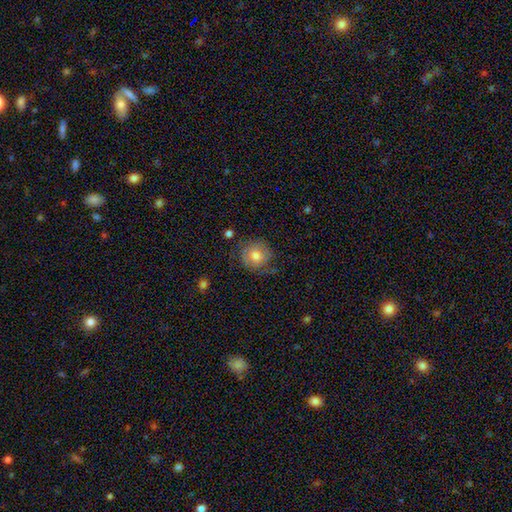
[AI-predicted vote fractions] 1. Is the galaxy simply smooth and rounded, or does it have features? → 70% smooth, 21% featured or disk, 9% star or artifact.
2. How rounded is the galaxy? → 86% round, 13% in between, 1% cigar-shaped.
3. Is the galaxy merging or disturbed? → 69% none, 21% minor disturbance, 7% major disturbance, 2% merger.